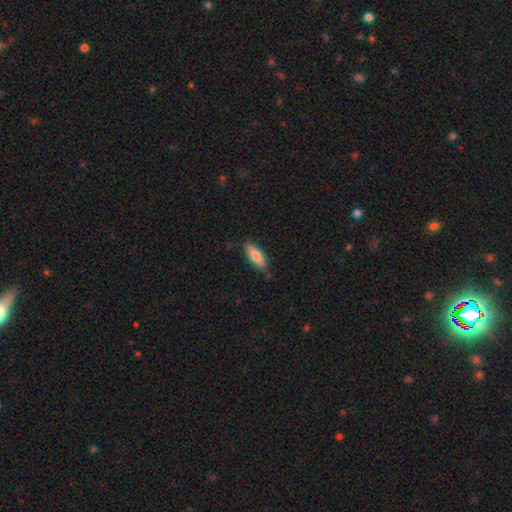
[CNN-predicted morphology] Overall: smooth (81%). How rounded: in between (59%; cigar-shaped 40%). Merging: none (82%).